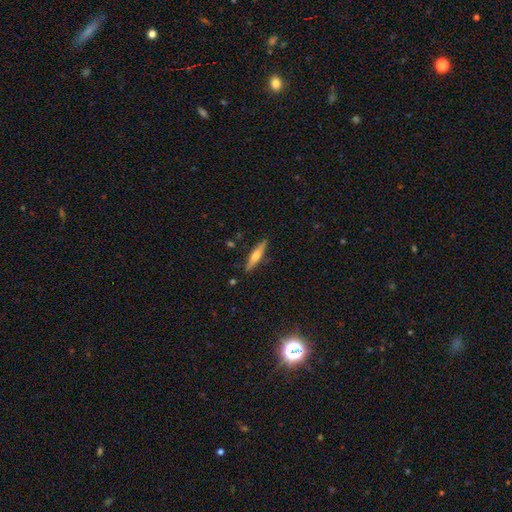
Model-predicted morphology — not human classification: The model was most divided on "smooth or featured": featured or disk: 48%, smooth: 46%, star or artifact: 6%. More confident: merging — none (87%).